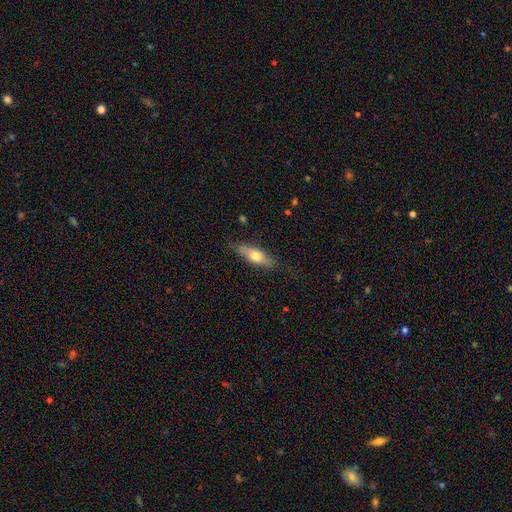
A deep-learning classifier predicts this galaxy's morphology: Smooth or featured: smooth — 64% (featured or disk — 30%)
How rounded: in between — 58% (cigar-shaped — 39%)
Merging: none — 80% (minor disturbance — 16%)